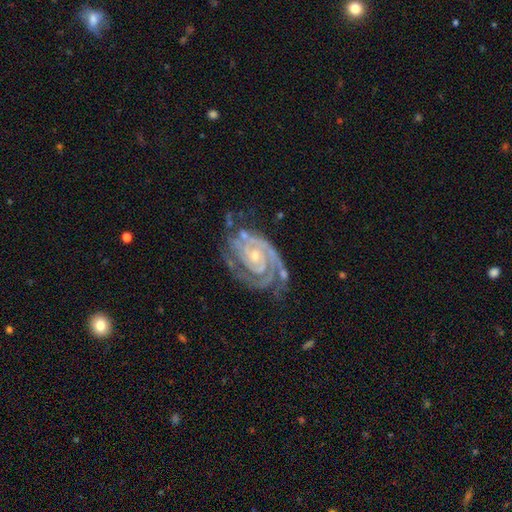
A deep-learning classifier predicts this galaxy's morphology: This is clearly a featured or disk galaxy (92%). It is clearly not viewed edge-on (97%). Bar: likely no (67%). Spiral arm pattern: clearly yes (98%). Spiral arm count: possibly 2 (56%). Spiral winding: likely tight (75%). Central bulge: likely small (67%). Merging: likely none (61%).